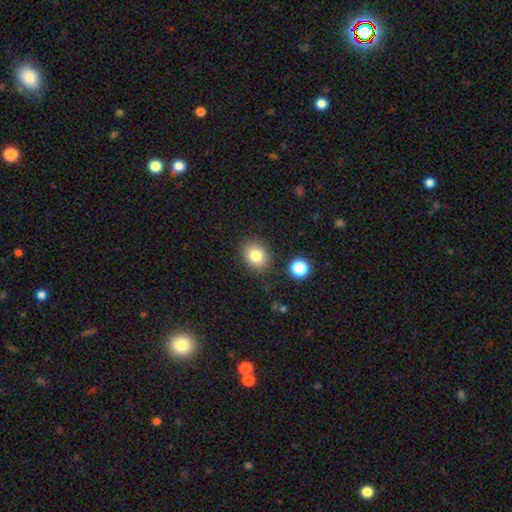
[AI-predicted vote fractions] This is clearly a smooth galaxy (82%). How rounded: possibly round (53%). Merging: clearly none (83%).